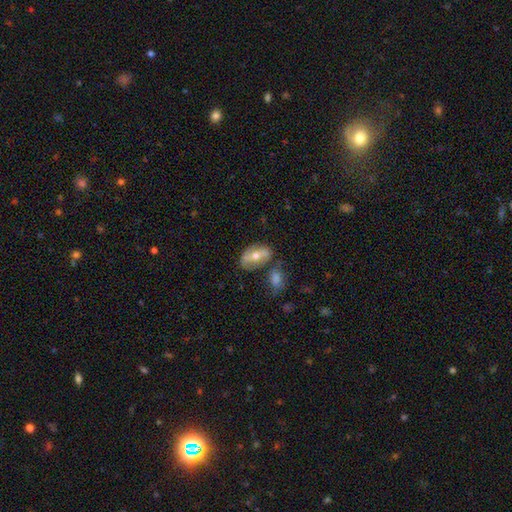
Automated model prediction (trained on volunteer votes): smooth 47%, featured or disk 46%, star or artifact 7%. Down the decision tree: merging — none (62%).